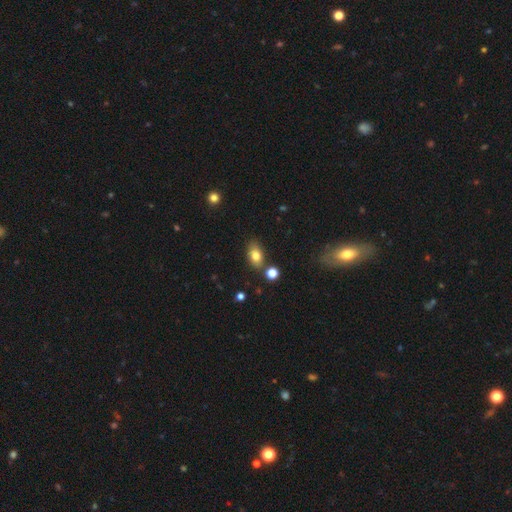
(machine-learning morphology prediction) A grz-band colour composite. It shows a smooth galaxy with no disk features (81%) that is in between round and cigar-shaped (87%). Merging: none (75%).